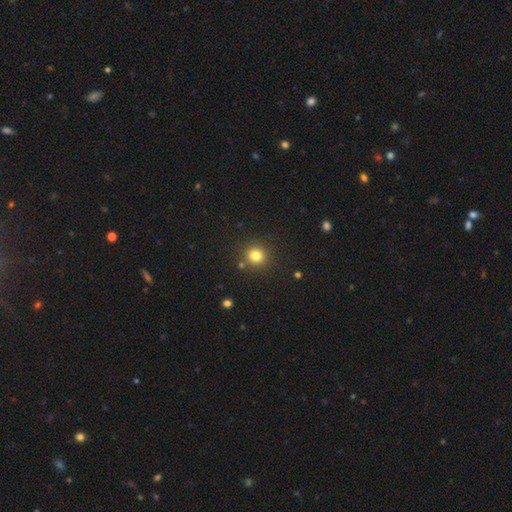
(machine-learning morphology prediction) smooth_or_featured: smooth (p=0.81) [alt: star or artifact p=0.13]
how_rounded: round (p=0.93) [alt: in between p=0.06]
merging: none (p=0.86) [alt: minor disturbance p=0.07]